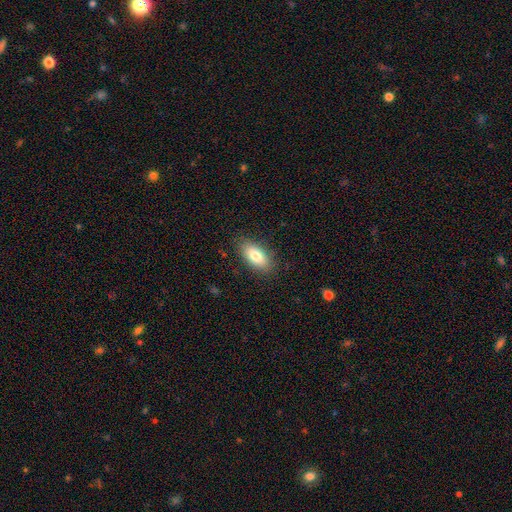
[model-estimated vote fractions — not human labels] Smooth or featured? Predicted: smooth (p=0.82). How rounded? Predicted: in between (p=0.88). Merging? Predicted: none (p=0.86).